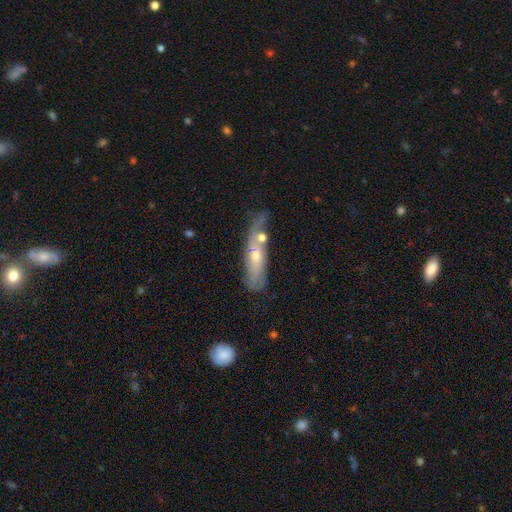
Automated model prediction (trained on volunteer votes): Q: Smooth or featured?
A: featured or disk (55%); runner-up: smooth (37%)
Q: Edge-on disk?
A: no (56%); runner-up: yes (44%)
Q: Merging?
A: none (48%); runner-up: minor disturbance (22%)